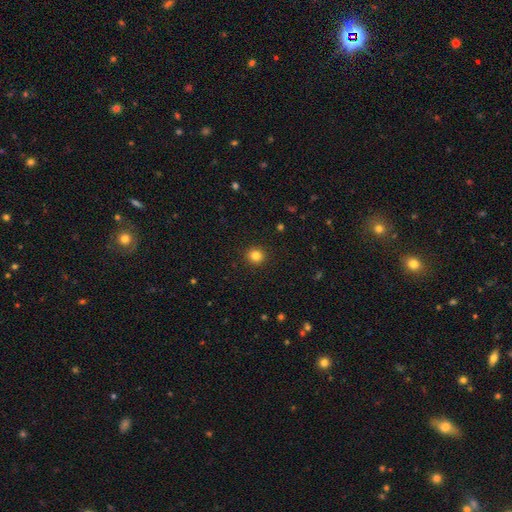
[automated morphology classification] smooth_or_featured: smooth (p=0.82) [alt: star or artifact p=0.12]
how_rounded: round (p=0.91) [alt: in between p=0.08]
merging: none (p=0.93) [alt: minor disturbance p=0.05]